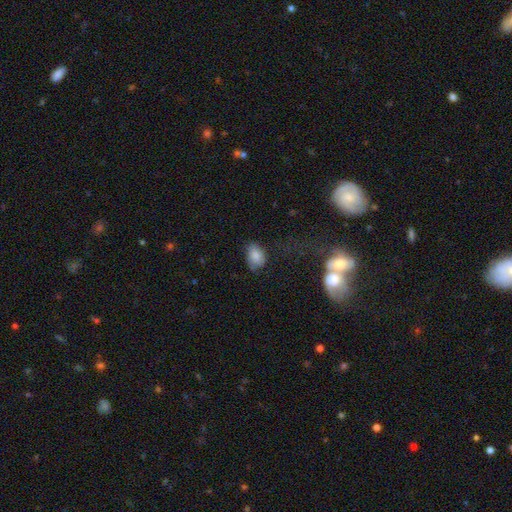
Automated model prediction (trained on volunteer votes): Smooth or featured: smooth — 82% (star or artifact — 9%)
How rounded: in between — 81% (round — 18%)
Merging: none — 60% (minor disturbance — 30%)